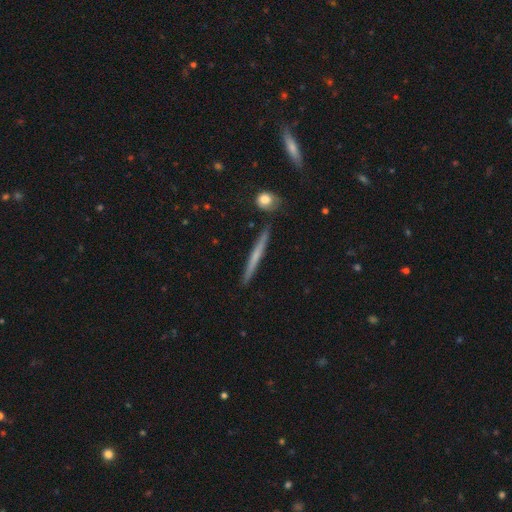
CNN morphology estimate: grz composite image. It shows a featured or disk galaxy (48%). Merging: none (90%).